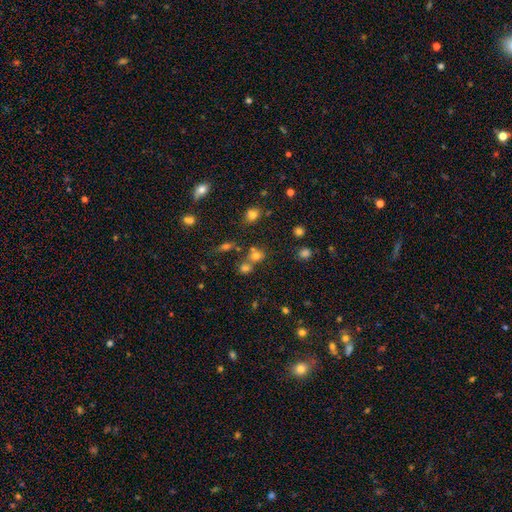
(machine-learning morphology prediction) This appears to be a smooth galaxy with no disk features (67%) that is round (76%). Merging: none (51%).